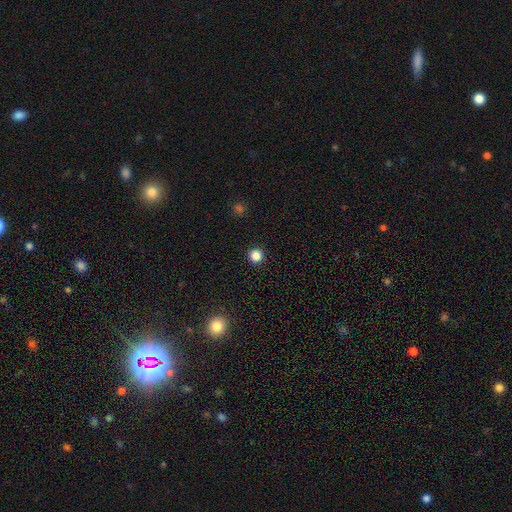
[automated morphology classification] This appears to be a smooth galaxy with no disk features (84%) that is round (95%). Merging: none (93%).